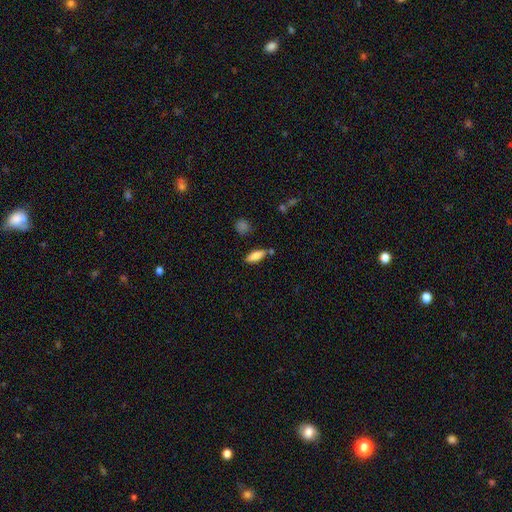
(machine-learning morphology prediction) smooth-or-featured: smooth: 83% | featured or disk: 10% | star or artifact: 7%
  how-rounded: in between: 73% | cigar-shaped: 25% | round: 2%
  merging: none: 73% | minor disturbance: 15% | merger: 8% | major disturbance: 4%